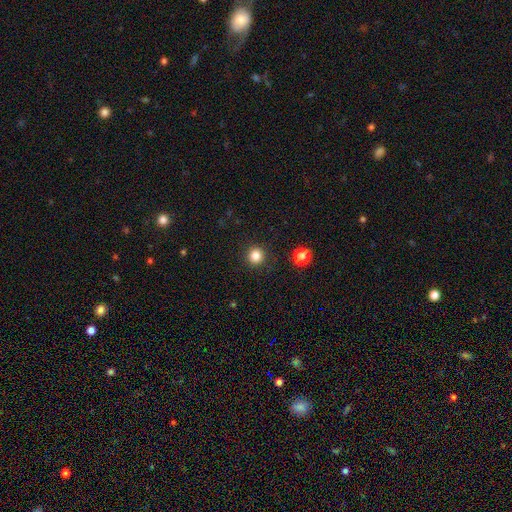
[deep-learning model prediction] Morphology: type=smooth (85%); roundness=round (94%); merging=none (92%).